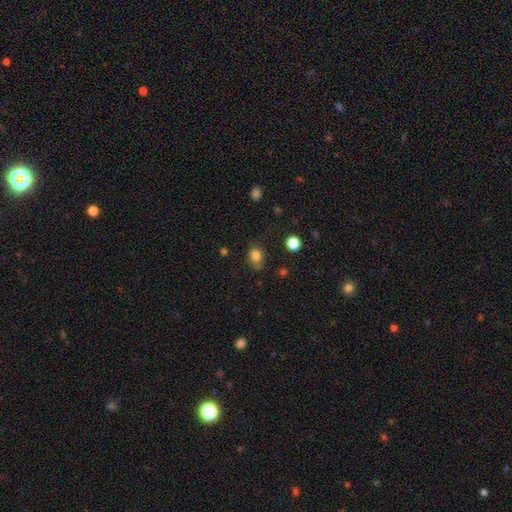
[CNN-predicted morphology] smooth-or-featured: smooth: 82% | star or artifact: 11% | featured or disk: 6%
  how-rounded: in between: 54% | round: 45% | cigar-shaped: 1%
  merging: none: 65% | minor disturbance: 26% | major disturbance: 7% | merger: 2%